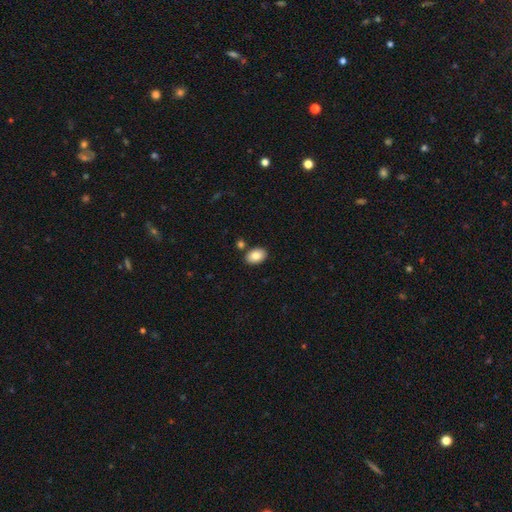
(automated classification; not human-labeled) Q: Smooth or featured?
A: smooth (85%); runner-up: featured or disk (8%)
Q: How rounded?
A: in between (87%); runner-up: round (12%)
Q: Merging?
A: none (83%); runner-up: minor disturbance (9%)